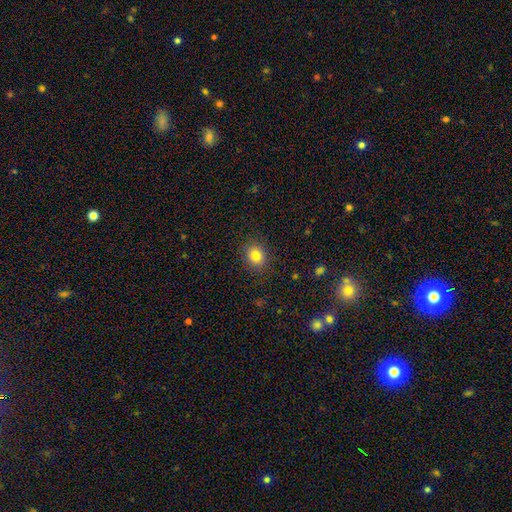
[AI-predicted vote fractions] Q: Smooth or featured?
A: smooth (82%); runner-up: star or artifact (11%)
Q: How rounded?
A: round (72%); runner-up: in between (27%)
Q: Merging?
A: none (88%); runner-up: minor disturbance (8%)